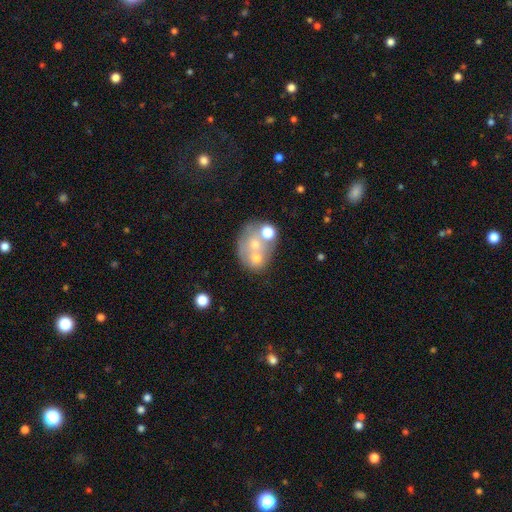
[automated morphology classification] The model was most divided on "smooth or featured": featured or disk: 44%, smooth: 41%, star or artifact: 15%. Remaining: merging — merger (46%).